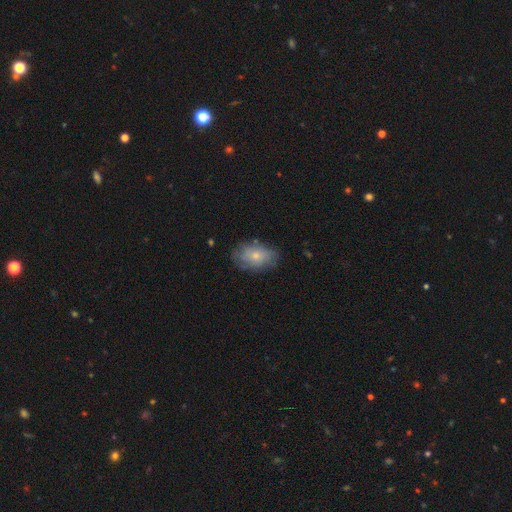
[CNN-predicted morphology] smooth 59%, featured or disk 33%, star or artifact 8%. Down the decision tree: how rounded — in between (86%); merging — none (68%).